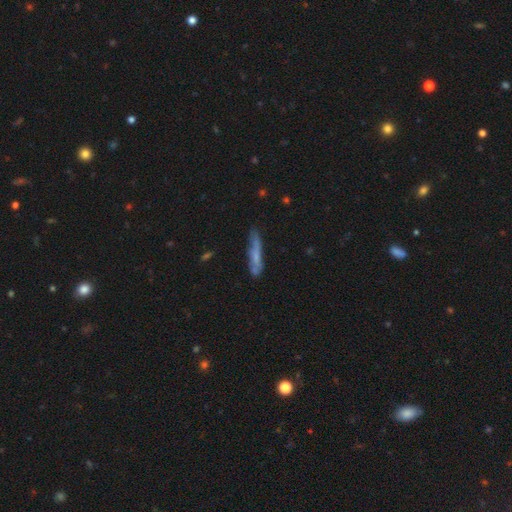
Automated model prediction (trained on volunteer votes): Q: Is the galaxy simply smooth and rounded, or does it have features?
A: smooth — 56%.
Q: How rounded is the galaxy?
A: cigar-shaped — 90%.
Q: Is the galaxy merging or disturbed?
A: none — 65%.